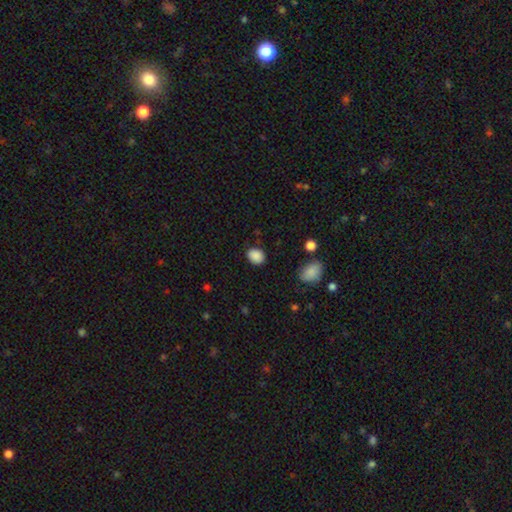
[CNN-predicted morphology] A smooth galaxy with no disk features (88%) that is in between round and cigar-shaped (54%). Merging: none (83%).